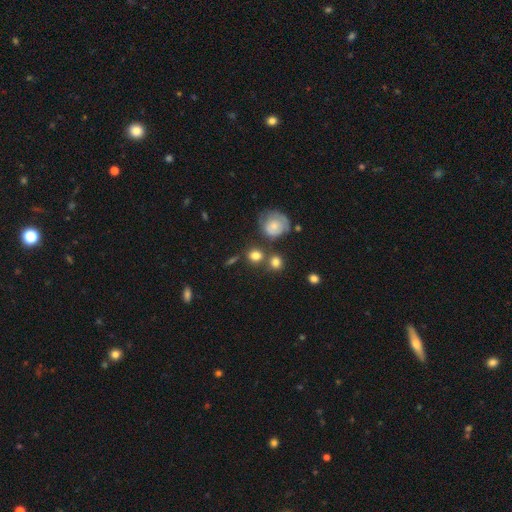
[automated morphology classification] Smooth or featured? smooth (77%)
How rounded? round (80%)
Merging? none (65%)